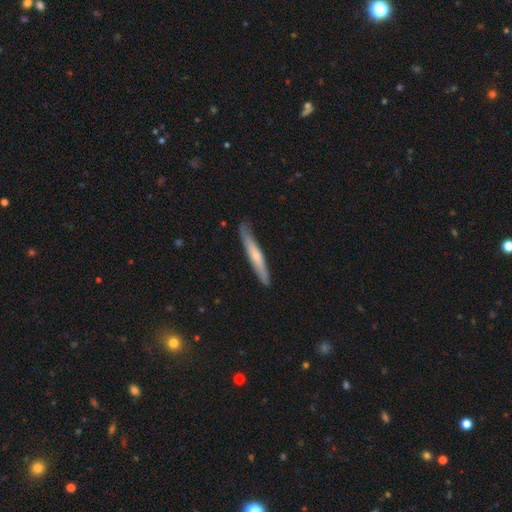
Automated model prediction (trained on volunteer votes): Morphology: type=smooth (49%); merging=none (83%).